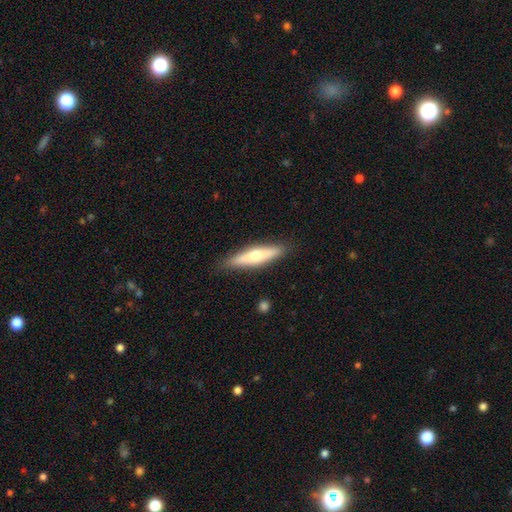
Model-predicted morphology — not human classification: A smooth galaxy with no disk features (54%) that is cigar-shaped (82%).

Vote fractions:
- Smooth or featured? smooth: 54% / featured or disk: 40% / star or artifact: 6%
- How rounded? cigar-shaped: 82% / in between: 16% / round: 2%
- Merging? none: 87% / minor disturbance: 9% / major disturbance: 2% / merger: 1%